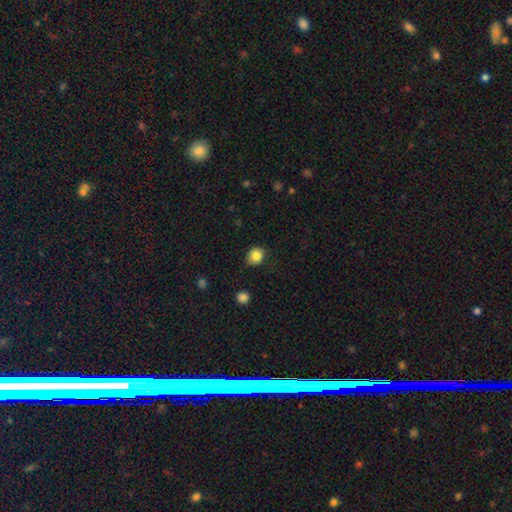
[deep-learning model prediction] Smooth or featured?
  - smooth: 85% *
  - star or artifact: 10%
  - featured or disk: 5%
How rounded?
  - round: 73% *
  - in between: 26%
  - cigar-shaped: 1%
Merging?
  - none: 78% *
  - minor disturbance: 17%
  - major disturbance: 3%
  - merger: 1%